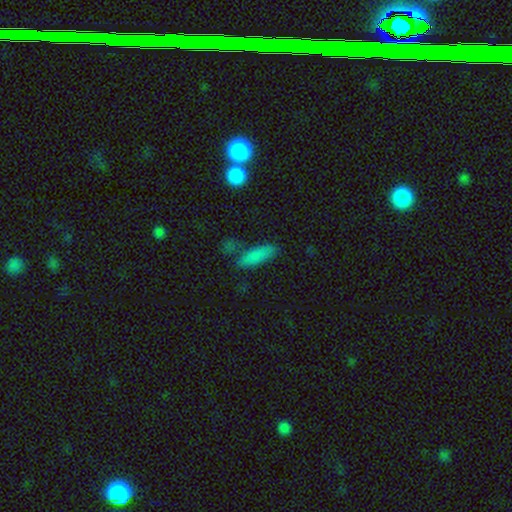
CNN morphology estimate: type=smooth (80%); roundness=cigar-shaped (51%); merging=none (70%).